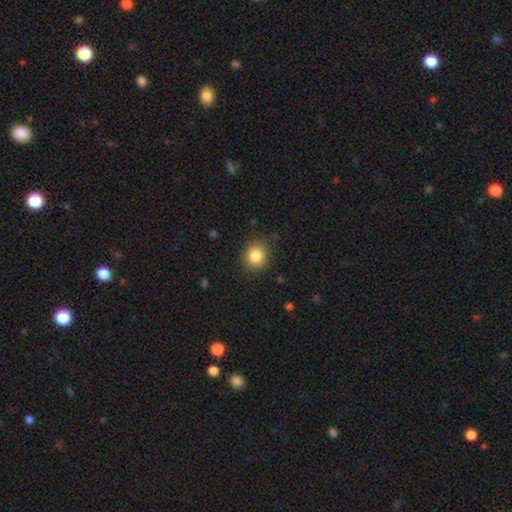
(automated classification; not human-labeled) Morphology: type=smooth (84%); roundness=round (84%); merging=none (87%).